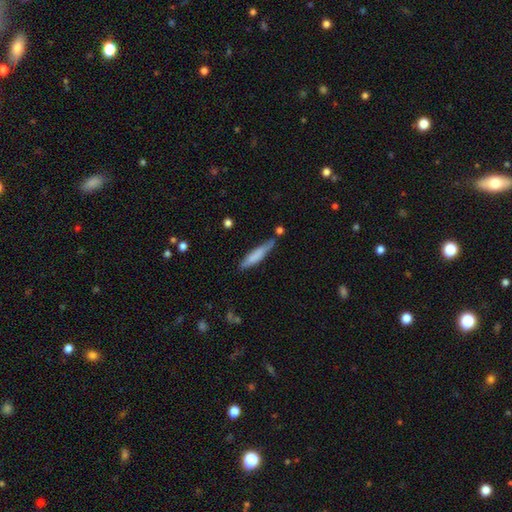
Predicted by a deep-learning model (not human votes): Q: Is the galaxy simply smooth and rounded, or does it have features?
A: smooth — 72%.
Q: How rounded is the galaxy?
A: cigar-shaped — 87%.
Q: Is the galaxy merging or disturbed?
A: none — 66%.